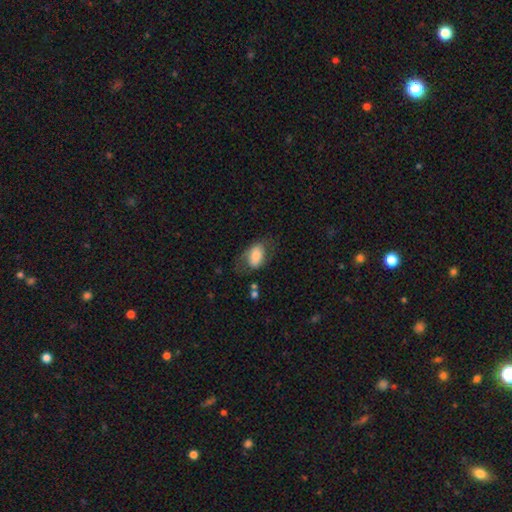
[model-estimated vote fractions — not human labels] A smooth galaxy with no disk features (68%) that is in between round and cigar-shaped (88%). Merging: none (52%).